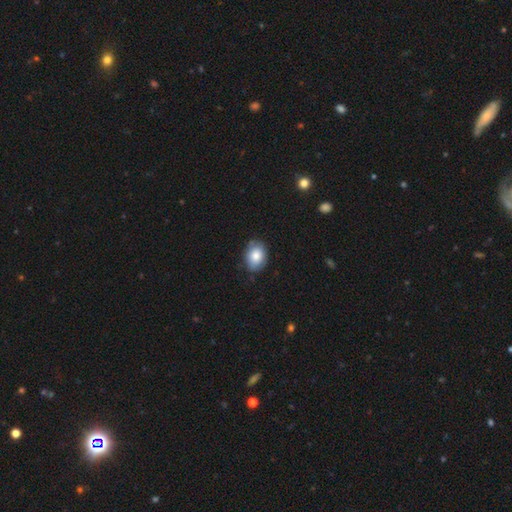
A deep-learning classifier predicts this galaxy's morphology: Q: Smooth or featured?
A: smooth (81%); runner-up: featured or disk (11%)
Q: How rounded?
A: in between (70%); runner-up: round (29%)
Q: Merging?
A: none (77%); runner-up: minor disturbance (19%)